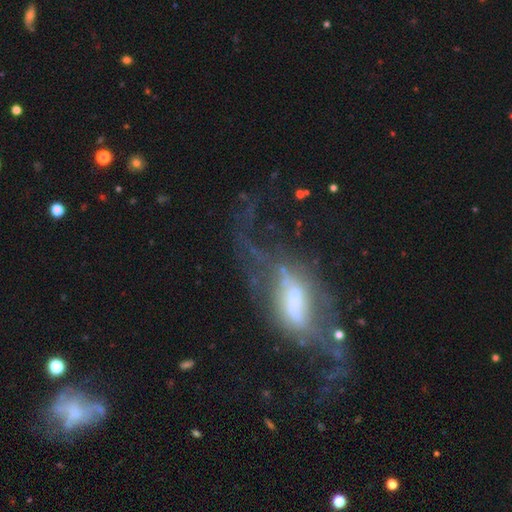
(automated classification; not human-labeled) Smooth or featured: featured or disk — 82% (smooth — 10%)
Edge-on disk: no — 89% (yes — 11%)
Bar: weak — 43% (strong — 37%)
Spiral arms: yes — 90% (no — 10%)
Spiral winding: loose — 63% (medium — 28%)
Spiral arm count: 2 — 83% (can't tell — 8%)
Bulge size: moderate — 38% (small — 32%)
Merging: none — 54% (major disturbance — 26%)